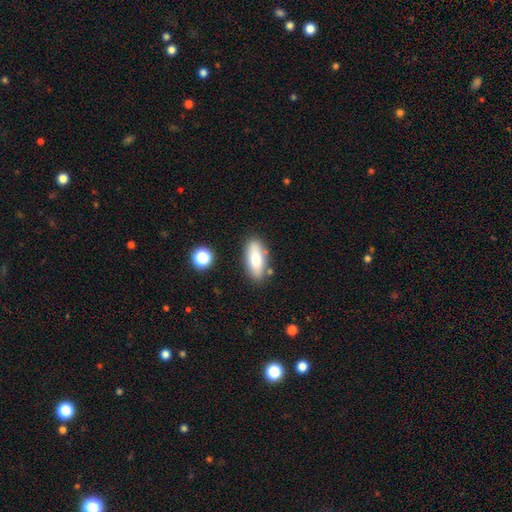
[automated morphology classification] Smooth or featured: smooth — 76% (featured or disk — 16%)
How rounded: in between — 77% (cigar-shaped — 20%)
Merging: none — 79% (minor disturbance — 13%)